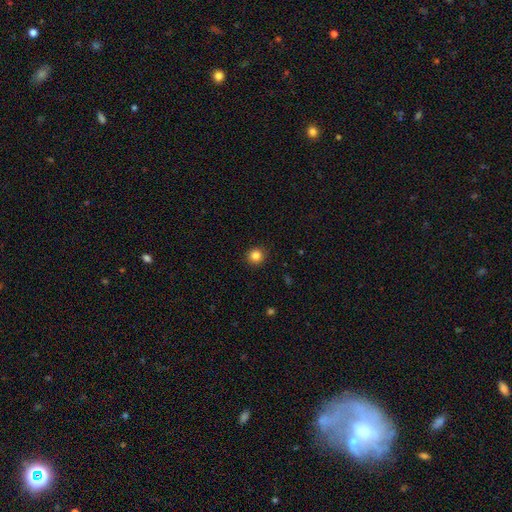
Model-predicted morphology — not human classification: Smooth or featured? smooth (84%)
How rounded? round (94%)
Merging? none (92%)